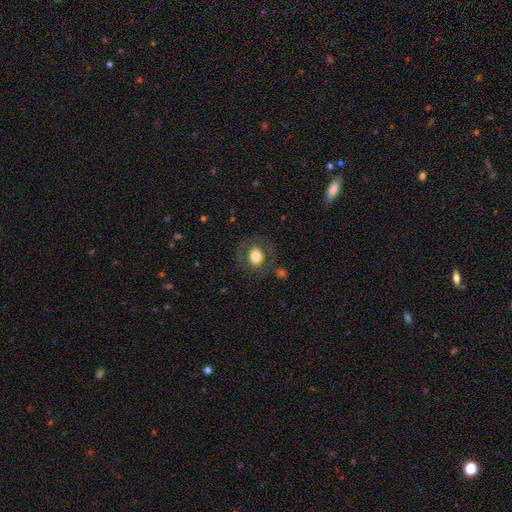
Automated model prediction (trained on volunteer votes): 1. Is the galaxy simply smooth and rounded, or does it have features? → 66% smooth, 25% featured or disk, 8% star or artifact.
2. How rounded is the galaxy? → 59% round, 40% in between, 1% cigar-shaped.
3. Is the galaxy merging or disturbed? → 77% none, 12% minor disturbance, 8% major disturbance, 2% merger.